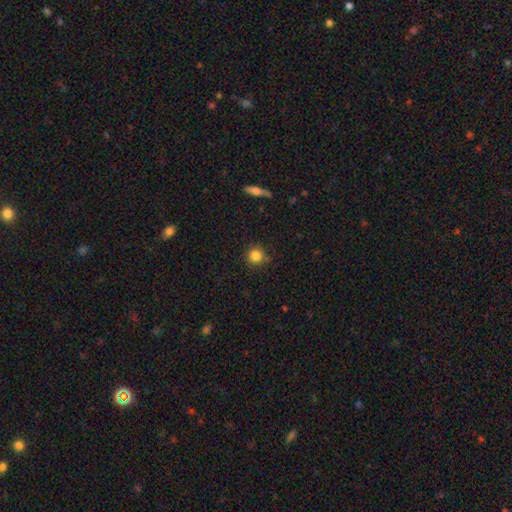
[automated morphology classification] The model was most divided on "merging": none: 82%, minor disturbance: 13%, major disturbance: 3%, merger: 2%. More confident: how rounded — round (92%); smooth or featured — smooth (84%).